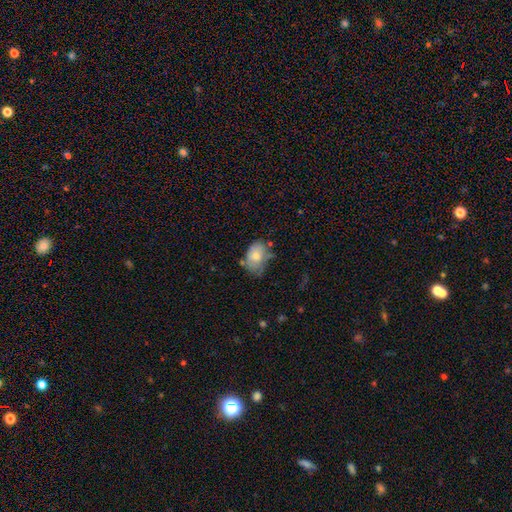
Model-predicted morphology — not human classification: This is likely a smooth galaxy (72%). How rounded: clearly in between (80%). Merging: possibly none (46%).